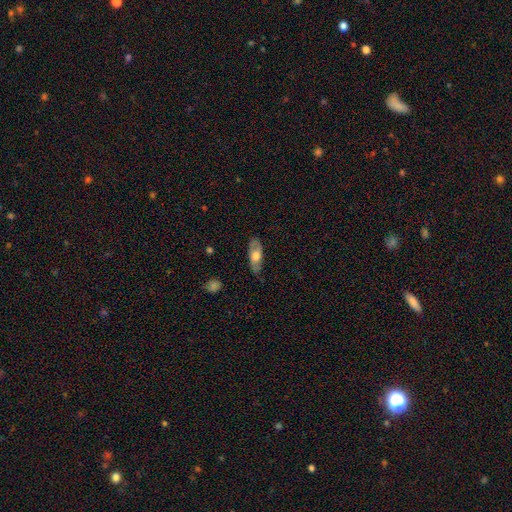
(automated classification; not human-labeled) Smooth or featured: smooth — 51% (featured or disk — 43%)
How rounded: in between — 74% (cigar-shaped — 22%)
Merging: none — 79% (minor disturbance — 16%)